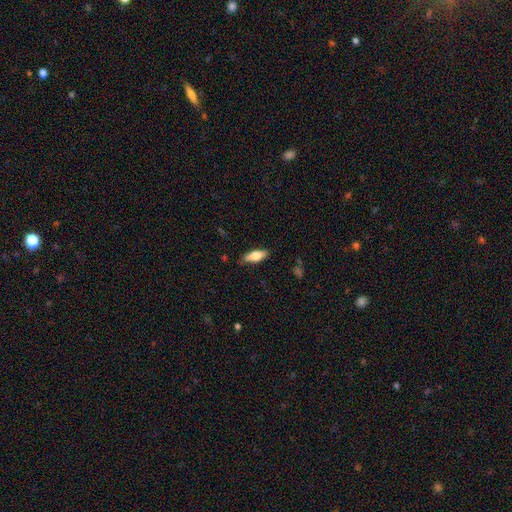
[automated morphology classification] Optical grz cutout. It shows a smooth galaxy with no disk features (69%) that is in between round and cigar-shaped (70%). Merging: none (83%).